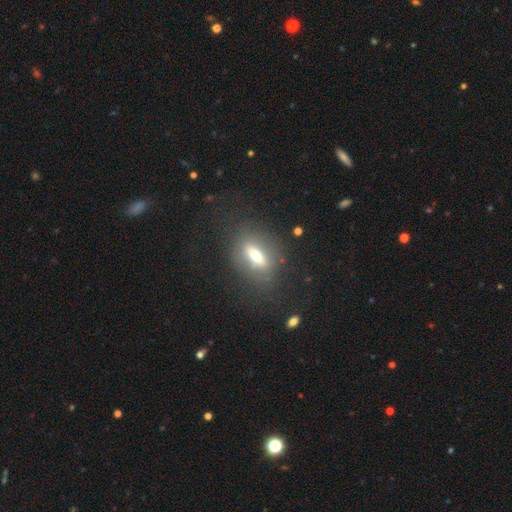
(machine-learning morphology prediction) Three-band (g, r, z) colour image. It shows a smooth galaxy with no disk features (49%). Merging: none (76%).